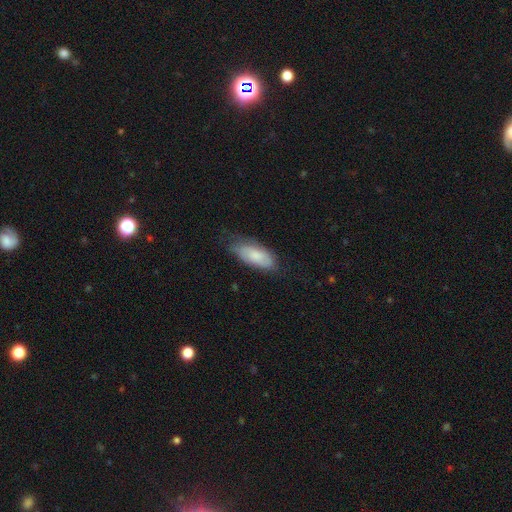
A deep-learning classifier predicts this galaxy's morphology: This appears to be a smooth galaxy with no disk features (64%) that is in between round and cigar-shaped (83%). Merging: none (59%).